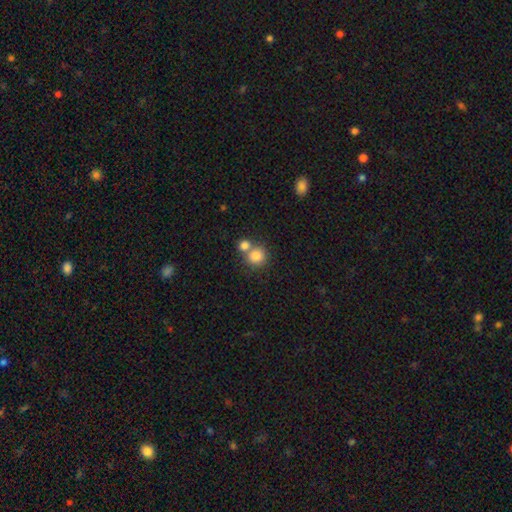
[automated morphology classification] Smooth or featured? smooth (82%)
How rounded? round (88%)
Merging? none (49%)